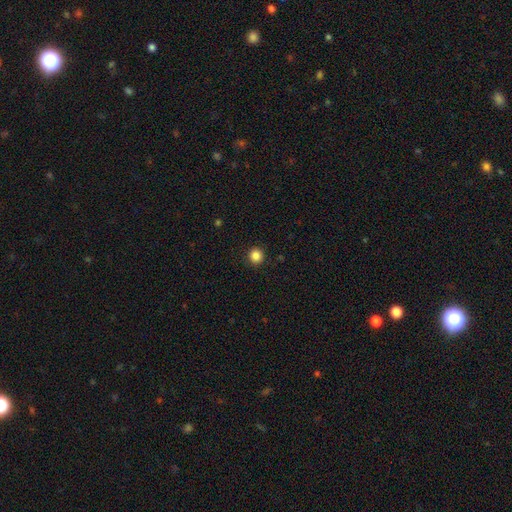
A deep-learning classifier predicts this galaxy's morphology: smooth 86%, star or artifact 11%, featured or disk 3%. Down the decision tree: how rounded — round (93%); merging — none (92%).